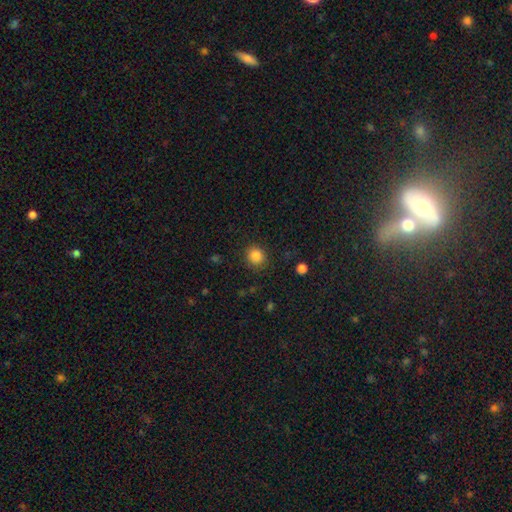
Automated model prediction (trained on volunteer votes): A smooth galaxy with no disk features (85%) that is round (85%). Merging: none (87%).